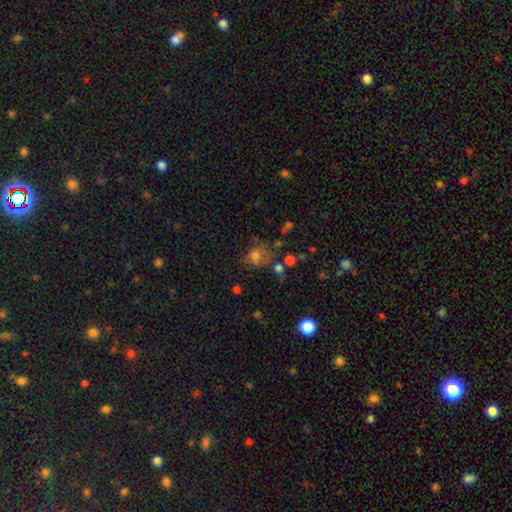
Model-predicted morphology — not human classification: Smooth or featured?
  - smooth: 58% *
  - featured or disk: 21%
  - star or artifact: 21%
How rounded?
  - round: 56% *
  - in between: 42%
  - cigar-shaped: 1%
Merging?
  - none: 39% *
  - major disturbance: 24%
  - minor disturbance: 21%
  - merger: 15%